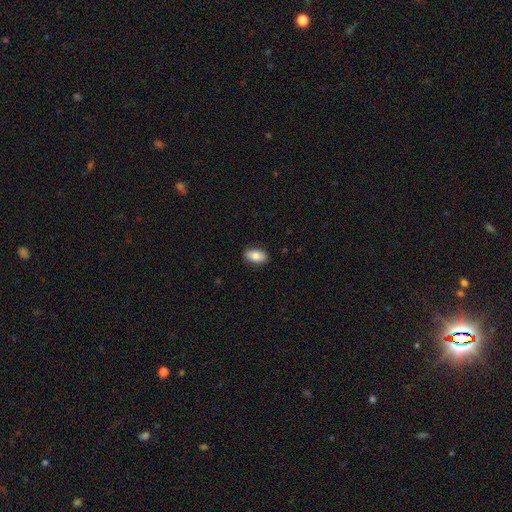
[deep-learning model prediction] smooth 82%, featured or disk 11%, star or artifact 7%. Down the decision tree: how rounded — in between (91%); merging — none (88%).